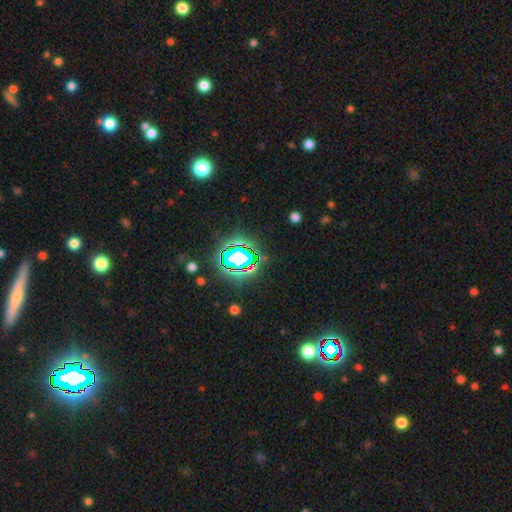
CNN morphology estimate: Q: Smooth or featured?
A: star or artifact (81%); runner-up: smooth (11%)